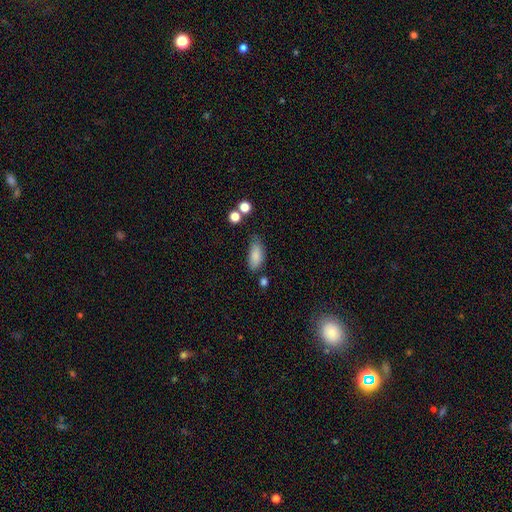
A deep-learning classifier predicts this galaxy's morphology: smooth_or_featured: smooth (p=0.85) [alt: star or artifact p=0.08]
how_rounded: in between (p=0.87) [alt: cigar-shaped p=0.10]
merging: none (p=0.58) [alt: minor disturbance p=0.29]